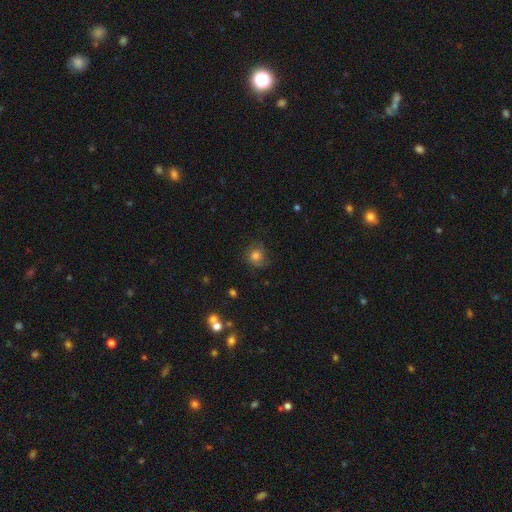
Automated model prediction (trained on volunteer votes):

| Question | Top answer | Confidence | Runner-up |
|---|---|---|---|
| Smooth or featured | smooth | 71% | featured or disk (16%) |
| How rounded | round | 82% | in between (17%) |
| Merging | none | 67% | minor disturbance (21%) |